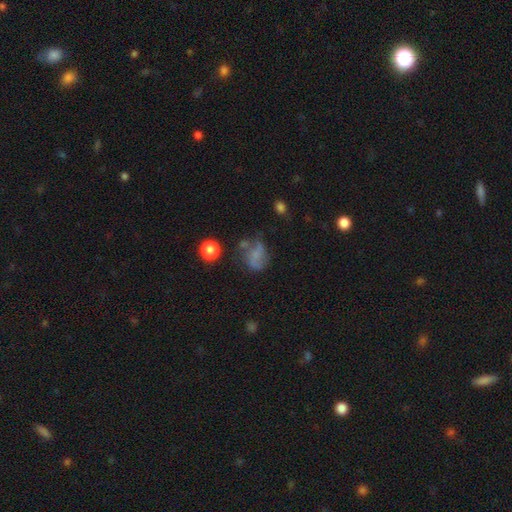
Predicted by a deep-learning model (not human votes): A smooth galaxy with no disk features (45%).

Vote fractions:
- Smooth or featured? smooth: 45% / featured or disk: 38% / star or artifact: 17%
- Merging? none: 44% / minor disturbance: 25% / major disturbance: 22% / merger: 9%